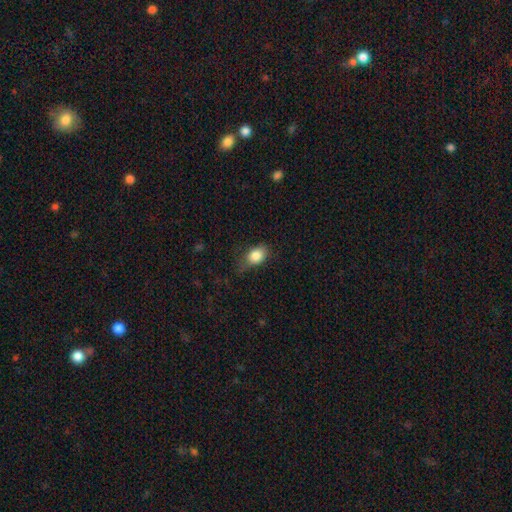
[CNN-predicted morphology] The model was most divided on "merging": none: 57%, minor disturbance: 31%, major disturbance: 11%, merger: 2%. More confident: smooth or featured — smooth (84%); how rounded — in between (73%).